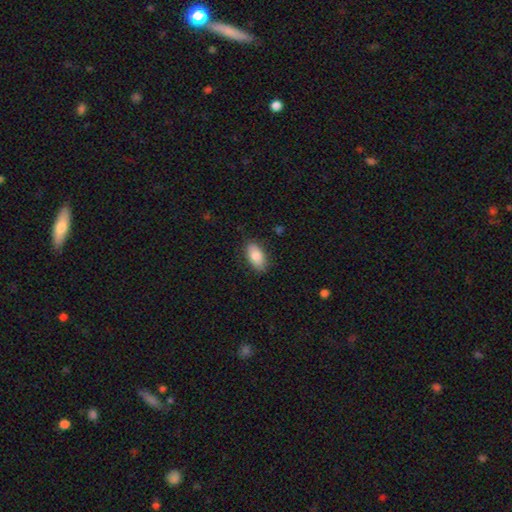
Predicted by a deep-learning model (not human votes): This appears to be a smooth galaxy with no disk features (85%) that is in between round and cigar-shaped (92%). Merging: none (83%).